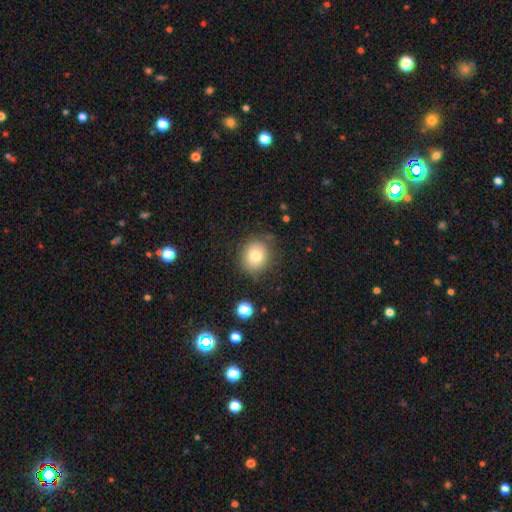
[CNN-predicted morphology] Smooth or featured?
  - smooth: 77% *
  - featured or disk: 11%
  - star or artifact: 11%
How rounded?
  - round: 73% *
  - in between: 26%
  - cigar-shaped: 1%
Merging?
  - none: 77% *
  - minor disturbance: 16%
  - major disturbance: 5%
  - merger: 2%